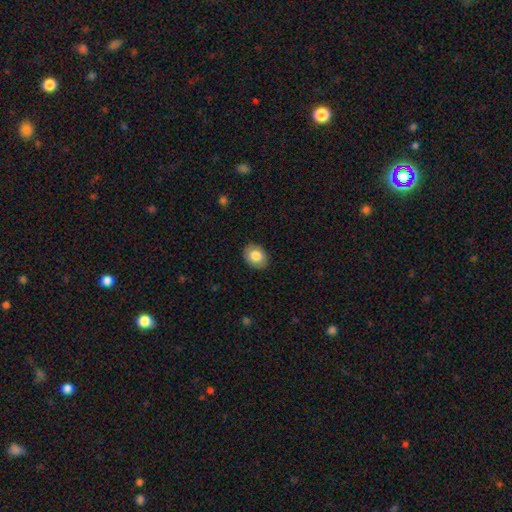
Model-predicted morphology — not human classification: Q: Smooth or featured?
A: smooth (81%); runner-up: featured or disk (11%)
Q: How rounded?
A: in between (62%); runner-up: round (37%)
Q: Merging?
A: none (87%); runner-up: minor disturbance (10%)